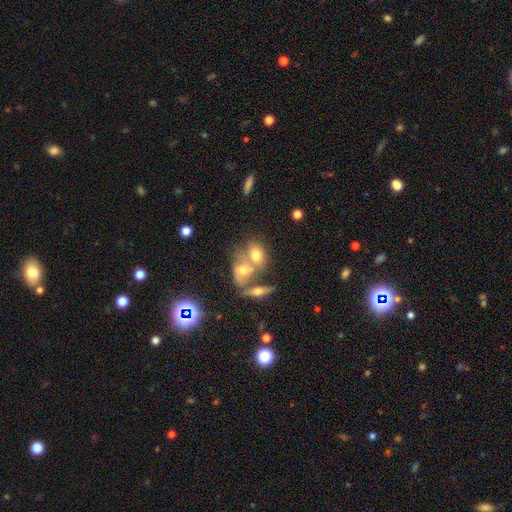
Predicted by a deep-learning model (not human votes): smooth-or-featured: smooth: 61% | featured or disk: 26% | star or artifact: 13%
  how-rounded: in between: 66% | round: 31% | cigar-shaped: 3%
  merging: merger: 54% | none: 31% | minor disturbance: 9% | major disturbance: 5%